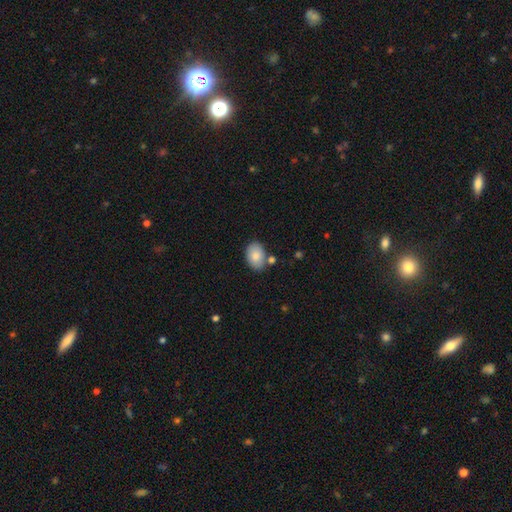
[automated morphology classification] This appears to be a smooth galaxy with no disk features (83%) that is in between round and cigar-shaped (85%). Merging: none (76%).